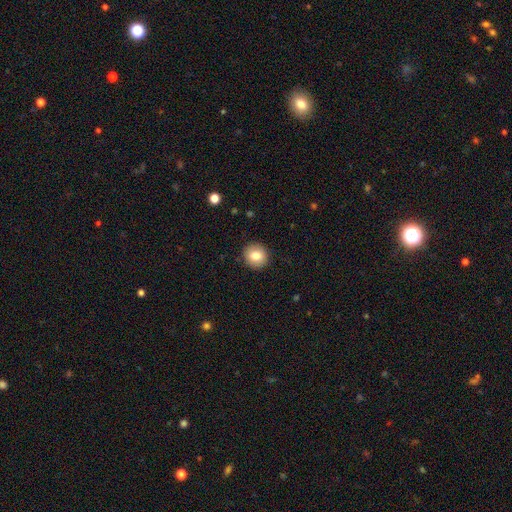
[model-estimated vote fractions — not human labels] Smooth or featured? Predicted: smooth (p=0.83). How rounded? Predicted: round (p=0.90). Merging? Predicted: none (p=0.91).